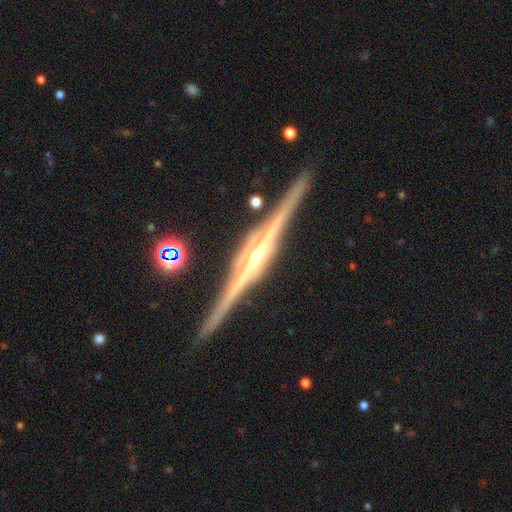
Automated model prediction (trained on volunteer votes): This appears to be a featured or disk galaxy (90%) viewed edge-on (98%) with a rounded central bulge (84%). Merging: none (87%).